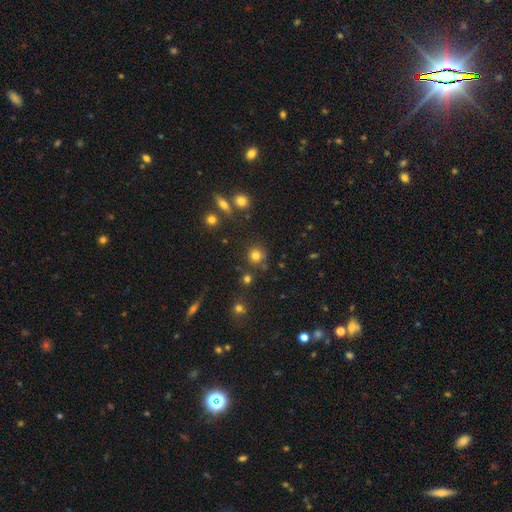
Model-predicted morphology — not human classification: A smooth galaxy with no disk features (78%) that is round (91%). Merging: none (80%).